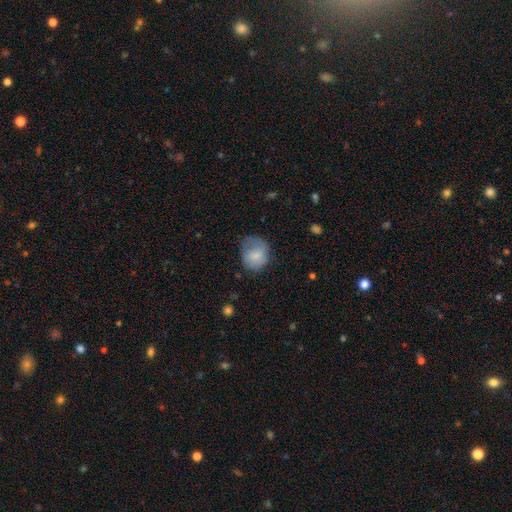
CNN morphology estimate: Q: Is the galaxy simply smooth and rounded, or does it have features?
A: smooth — 73%.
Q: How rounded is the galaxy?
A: round — 70%.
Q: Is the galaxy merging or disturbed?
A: none — 46%.